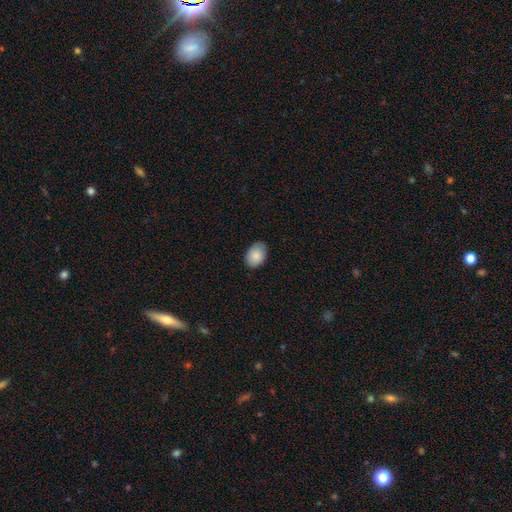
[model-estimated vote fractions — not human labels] smooth-or-featured: smooth: 88% | star or artifact: 7% | featured or disk: 5%
  how-rounded: in between: 80% | round: 19% | cigar-shaped: 1%
  merging: none: 81% | minor disturbance: 16% | major disturbance: 2% | merger: 1%